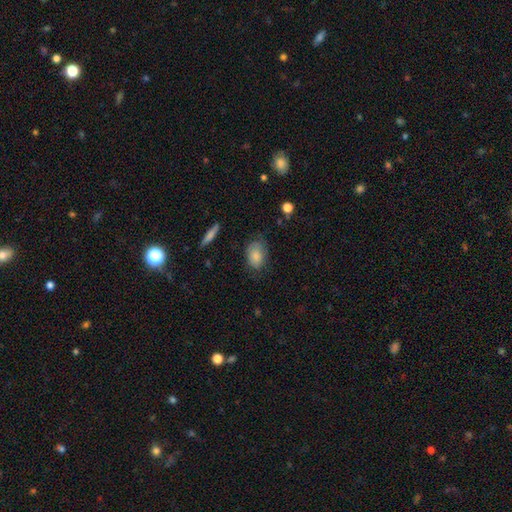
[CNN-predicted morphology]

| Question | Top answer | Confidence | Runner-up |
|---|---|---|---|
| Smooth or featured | smooth | 82% | featured or disk (11%) |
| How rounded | in between | 83% | round (15%) |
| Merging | none | 68% | minor disturbance (24%) |